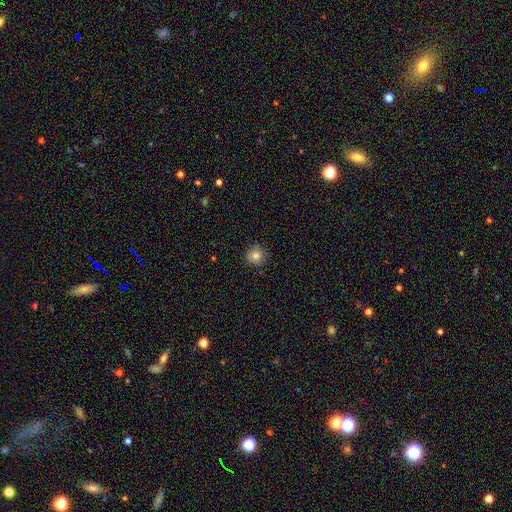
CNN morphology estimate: Smooth or featured: smooth — 82% (star or artifact — 11%)
How rounded: round — 94% (in between — 5%)
Merging: none — 88% (minor disturbance — 9%)